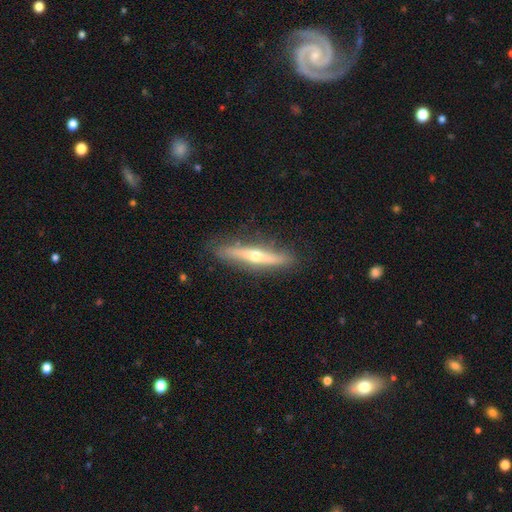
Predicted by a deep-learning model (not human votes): Smooth or featured: featured or disk — 70% (smooth — 24%)
Edge-on disk: yes — 93% (no — 7%)
Edge-on bulge: rounded — 89% (none — 8%)
Merging: none — 87% (minor disturbance — 10%)